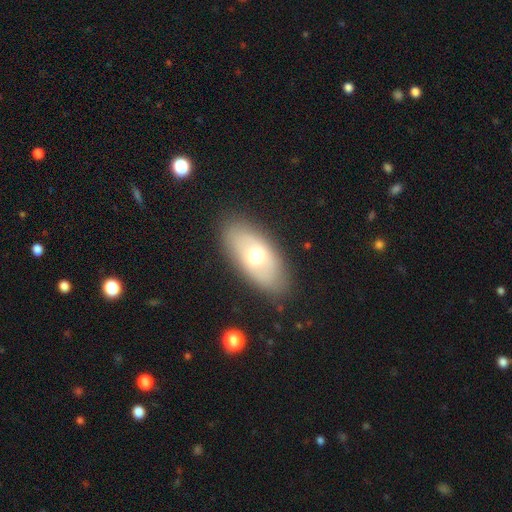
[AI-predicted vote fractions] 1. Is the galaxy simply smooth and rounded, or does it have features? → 56% smooth, 37% featured or disk, 7% star or artifact.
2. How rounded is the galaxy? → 90% in between, 6% cigar-shaped, 4% round.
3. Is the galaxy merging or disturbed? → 84% none, 11% minor disturbance, 4% major disturbance, 1% merger.